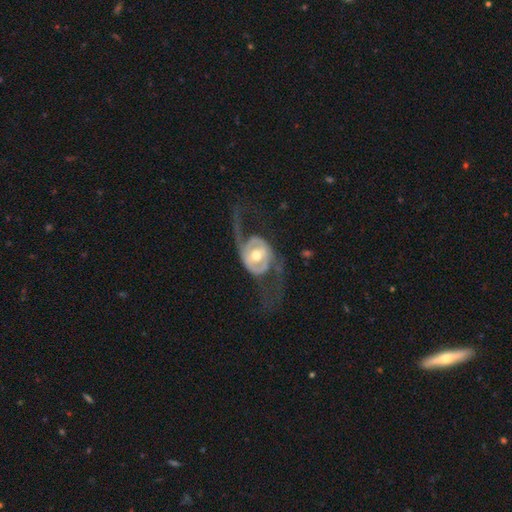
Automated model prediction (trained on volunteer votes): Morphology: type=featured or disk (82%); edge-on=no (95%); bar=no (47%); spiral arms=yes (79%); winding=loose (62%); arm count=2 (85%); bulge=moderate (74%); merging=none (45%).